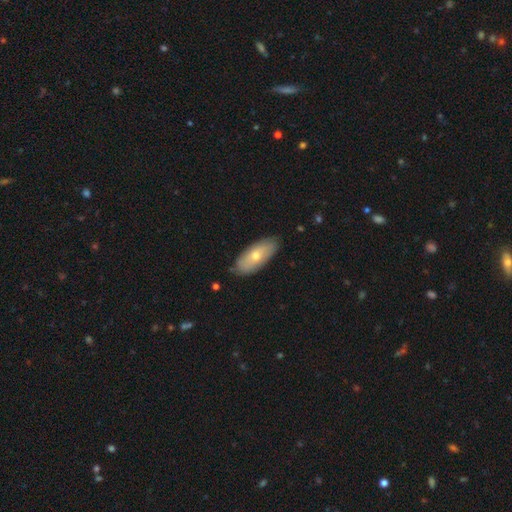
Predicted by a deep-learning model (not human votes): Smooth or featured?
  - smooth: 61% *
  - featured or disk: 33%
  - star or artifact: 6%
How rounded?
  - in between: 82% *
  - cigar-shaped: 15%
  - round: 3%
Merging?
  - none: 83% *
  - minor disturbance: 13%
  - major disturbance: 2%
  - merger: 1%